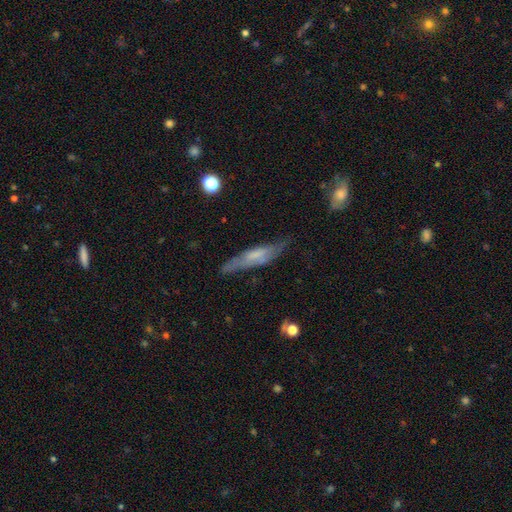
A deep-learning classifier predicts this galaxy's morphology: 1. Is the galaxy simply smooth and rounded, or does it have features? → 50% featured or disk, 43% smooth, 8% star or artifact.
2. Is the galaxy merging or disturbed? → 63% none, 25% minor disturbance, 9% major disturbance, 2% merger.